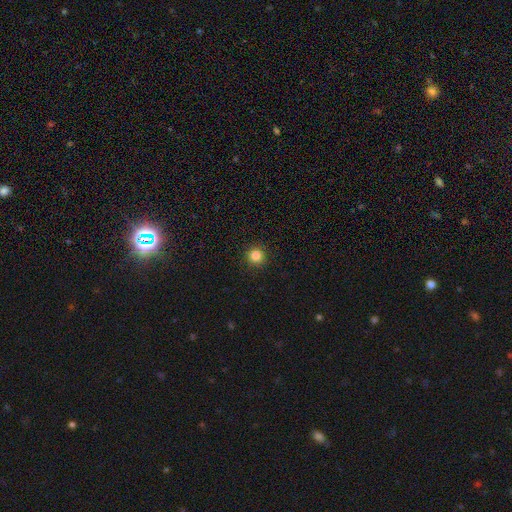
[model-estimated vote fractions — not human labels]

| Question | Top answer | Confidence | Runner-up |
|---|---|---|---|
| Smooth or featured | smooth | 83% | star or artifact (12%) |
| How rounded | round | 95% | in between (4%) |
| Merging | none | 92% | minor disturbance (5%) |